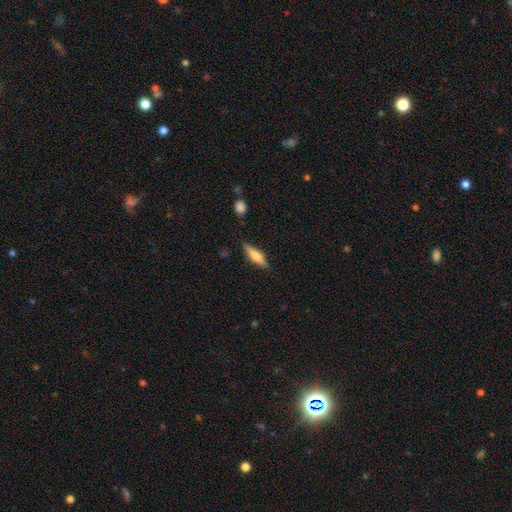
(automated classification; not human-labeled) featured or disk 48%, smooth 46%, star or artifact 7%. Down the decision tree: merging — none (84%).